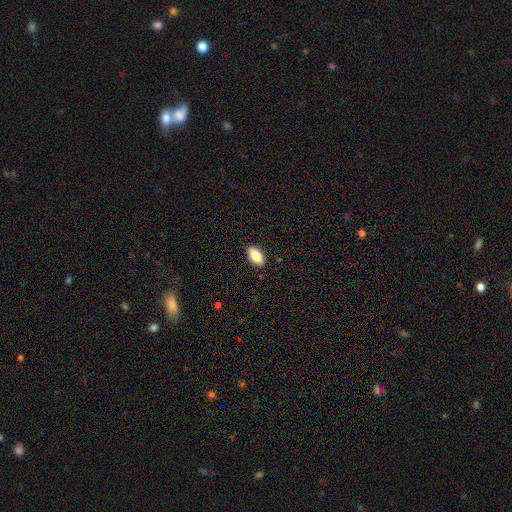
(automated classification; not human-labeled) A smooth galaxy with no disk features (86%) that is in between round and cigar-shaped (93%).

Vote fractions:
- Smooth or featured? smooth: 86% / featured or disk: 7% / star or artifact: 7%
- How rounded? in between: 93% / cigar-shaped: 4% / round: 3%
- Merging? none: 90% / minor disturbance: 8% / major disturbance: 2% / merger: 1%